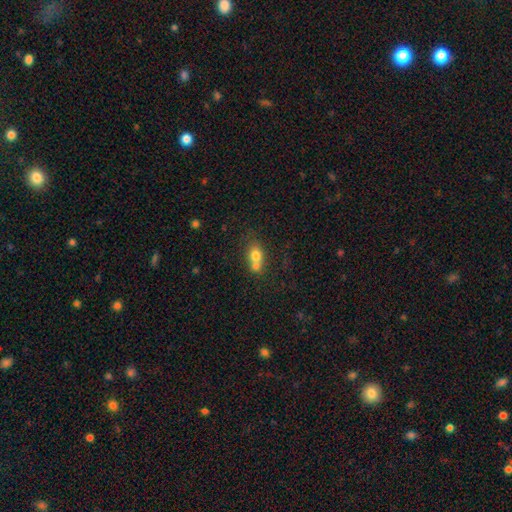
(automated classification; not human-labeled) smooth-or-featured: smooth: 74% | featured or disk: 16% | star or artifact: 10%
  how-rounded: round: 49% (tied) | in between: 49% (tied) | cigar-shaped: 2%
  merging: merger: 57% | none: 30% | minor disturbance: 9% | major disturbance: 4%